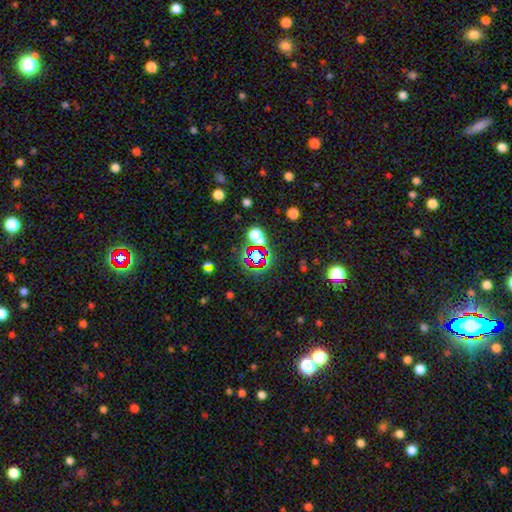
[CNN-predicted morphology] A star or artifact, not a galaxy (61%).

Vote fractions:
- Smooth or featured? star or artifact: 61% / smooth: 27% / featured or disk: 12%